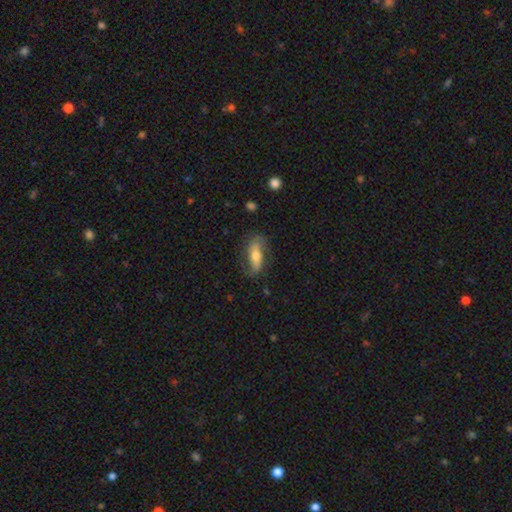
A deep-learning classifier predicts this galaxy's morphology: Q: Smooth or featured?
A: featured or disk (52%); runner-up: smooth (42%)
Q: Edge-on disk?
A: no (80%); runner-up: yes (20%)
Q: Merging?
A: none (71%); runner-up: minor disturbance (19%)